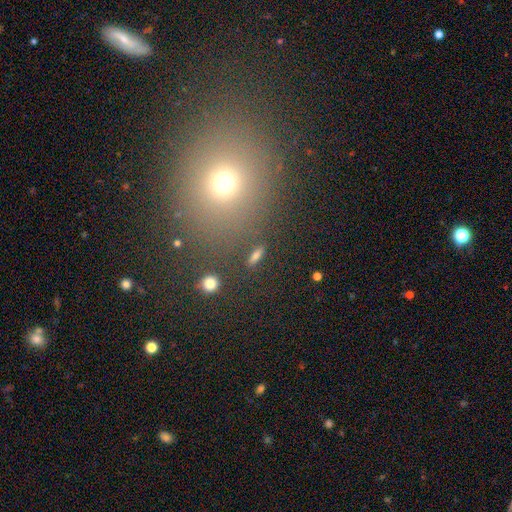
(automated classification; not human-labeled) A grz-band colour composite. It shows a smooth galaxy with no disk features (54%) that is round (71%). Merging: none (81%).